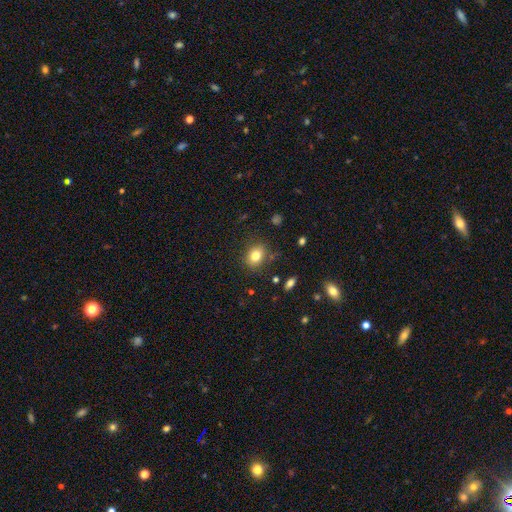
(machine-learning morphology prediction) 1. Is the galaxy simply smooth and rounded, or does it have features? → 80% smooth, 11% star or artifact, 9% featured or disk.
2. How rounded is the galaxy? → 52% in between, 47% round, 1% cigar-shaped.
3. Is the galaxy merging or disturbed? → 82% none, 12% minor disturbance, 3% major disturbance, 2% merger.